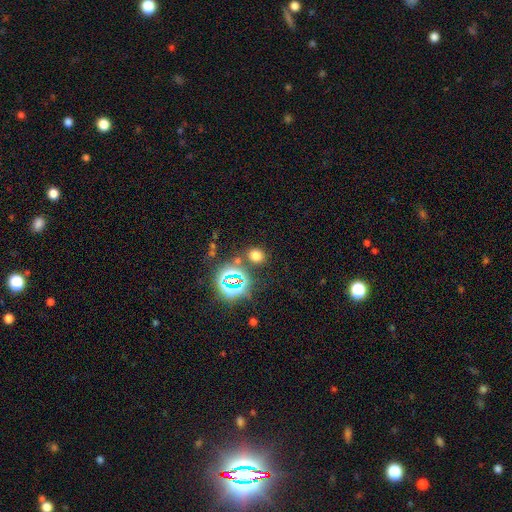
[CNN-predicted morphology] smooth-or-featured: smooth: 65% | star or artifact: 29% | featured or disk: 7%
  how-rounded: round: 68% | in between: 31% | cigar-shaped: 1%
  merging: none: 80% | minor disturbance: 9% | merger: 7% | major disturbance: 4%